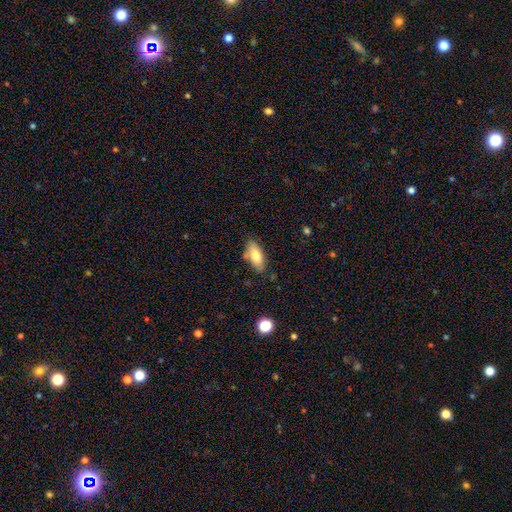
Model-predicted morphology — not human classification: A smooth galaxy with no disk features (76%) that is in between round and cigar-shaped (84%). Merging: none (76%).